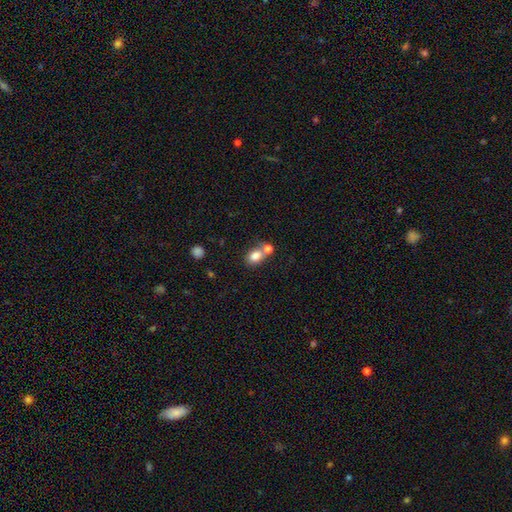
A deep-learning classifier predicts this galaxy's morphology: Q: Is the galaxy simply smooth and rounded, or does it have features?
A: smooth — 80%.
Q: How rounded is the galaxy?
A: in between — 59%.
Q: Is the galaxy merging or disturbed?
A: merger — 46%.